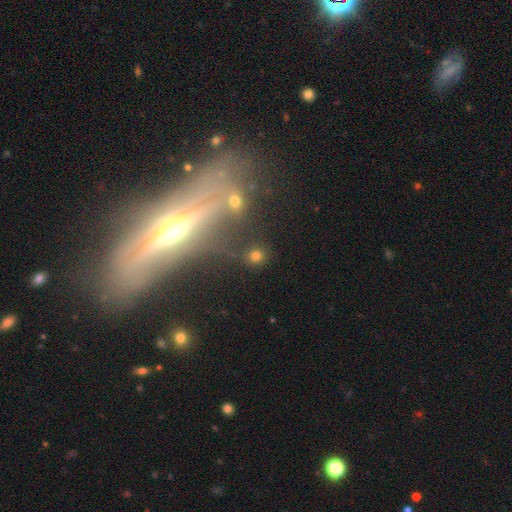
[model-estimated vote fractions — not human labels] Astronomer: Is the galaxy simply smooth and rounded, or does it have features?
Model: smooth — 72%.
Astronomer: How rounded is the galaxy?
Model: round — 88%.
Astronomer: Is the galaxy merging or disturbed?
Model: none — 81%.